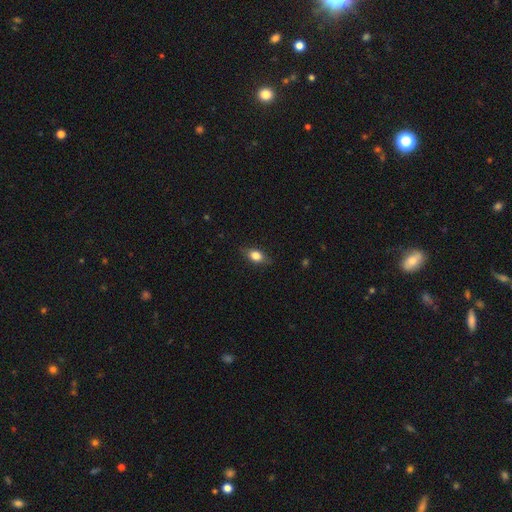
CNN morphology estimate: type=smooth (75%); roundness=in between (75%); merging=none (82%).